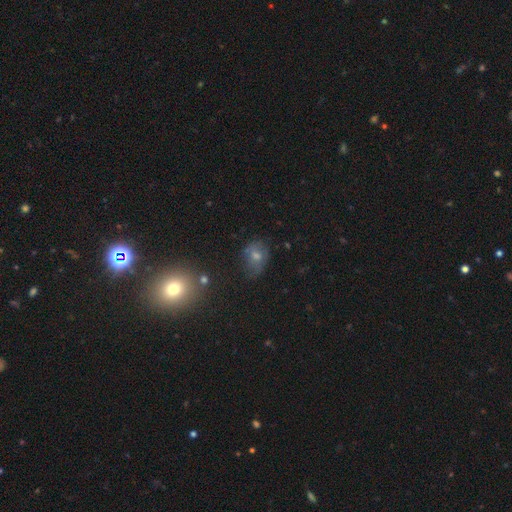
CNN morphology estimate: Smooth or featured?
  - smooth: 60% *
  - featured or disk: 25%
  - star or artifact: 15%
How rounded?
  - in between: 64% *
  - round: 35%
  - cigar-shaped: 1%
Merging?
  - none: 48% *
  - minor disturbance: 30%
  - major disturbance: 17%
  - merger: 4%